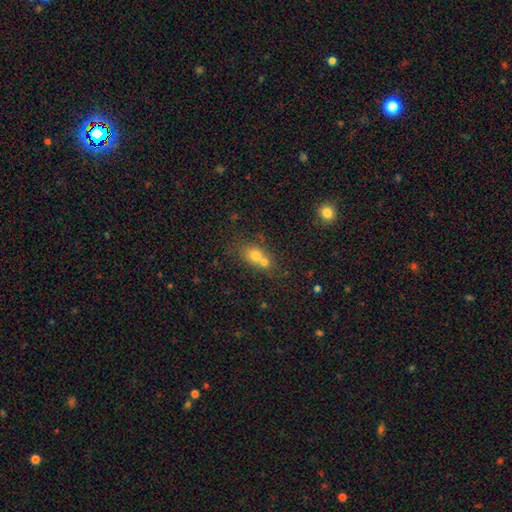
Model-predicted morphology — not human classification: This appears to be a smooth galaxy with no disk features (70%) that is round (53%). Merging: merger (60%).